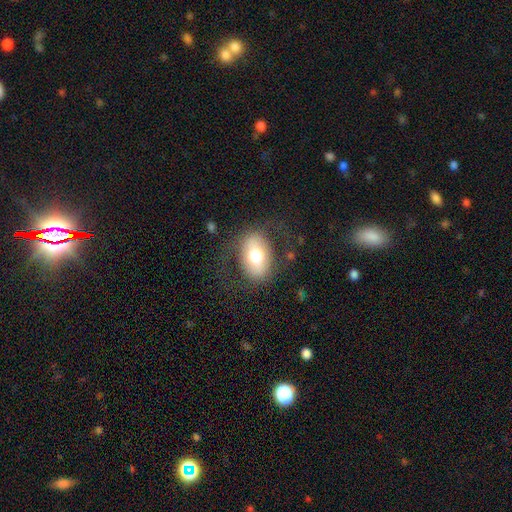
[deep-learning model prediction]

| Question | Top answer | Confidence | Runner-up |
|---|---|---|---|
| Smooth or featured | smooth | 62% | featured or disk (31%) |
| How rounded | in between | 81% | round (18%) |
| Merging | none | 70% | minor disturbance (15%) |